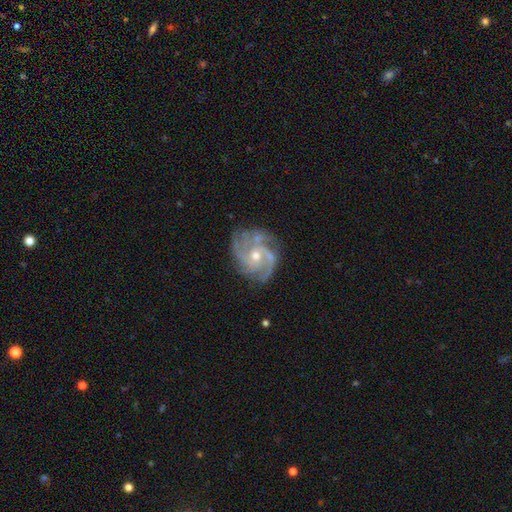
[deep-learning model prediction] Smooth or featured?
  - featured or disk: 89% *
  - star or artifact: 6%
  - smooth: 5%
Edge-on disk?
  - no: 98% *
  - yes: 2%
Bar?
  - no: 69% *
  - weak: 26%
  - strong: 5%
Spiral arms?
  - yes: 97% *
  - no: 3%
Spiral winding?
  - tight: 47% *
  - medium: 43%
  - loose: 10%
Spiral arm count?
  - 3: 39% *
  - 4: 19%
  - 2: 16%
  - can't tell: 15%
  - more than 4: 6%
  - 1: 6%
Bulge size?
  - moderate: 53% *
  - small: 43%
  - large: 2%
  - none: 1%
  - dominant: 1%
Merging?
  - none: 72% *
  - minor disturbance: 18%
  - major disturbance: 8%
  - merger: 2%